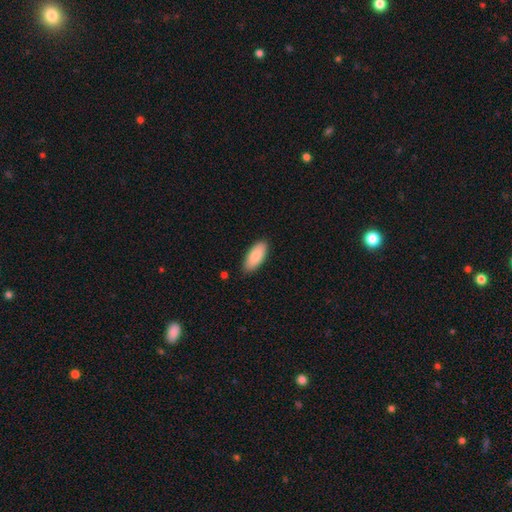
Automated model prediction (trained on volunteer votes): Morphology: type=smooth (85%); roundness=in between (87%); merging=none (86%).